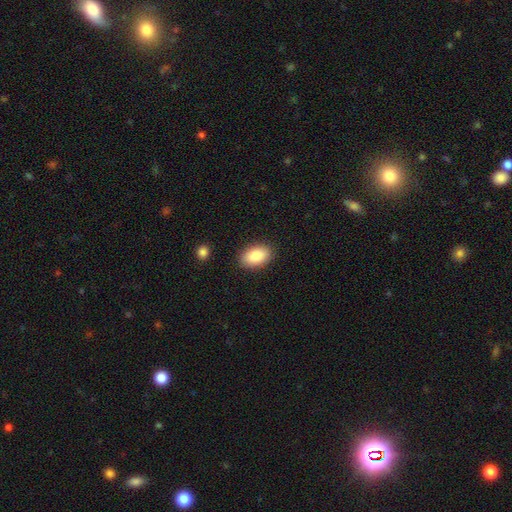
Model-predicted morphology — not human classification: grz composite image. It shows a smooth galaxy with no disk features (86%) that is in between round and cigar-shaped (92%). Merging: none (88%).